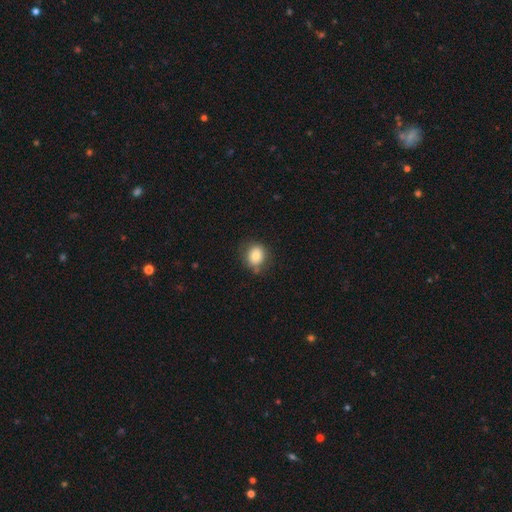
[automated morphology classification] Smooth or featured: smooth — 78% (featured or disk — 12%)
How rounded: round — 71% (in between — 28%)
Merging: none — 74% (minor disturbance — 18%)